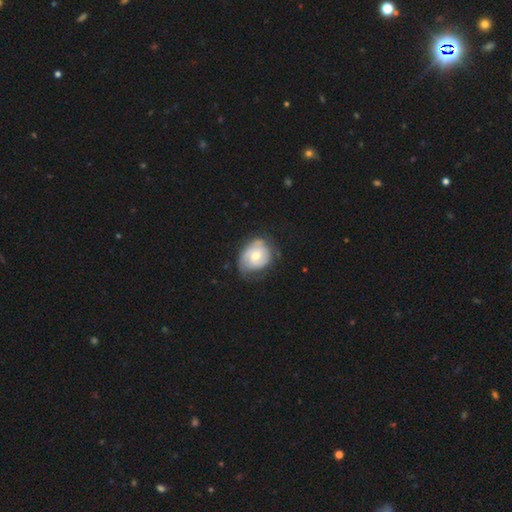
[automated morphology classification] Q: Smooth or featured?
A: featured or disk (54%); runner-up: smooth (39%)
Q: Edge-on disk?
A: no (96%); runner-up: yes (4%)
Q: Bar?
A: no (72%); runner-up: weak (24%)
Q: Spiral arms?
A: yes (72%); runner-up: no (28%)
Q: Bulge size?
A: moderate (63%); runner-up: small (31%)
Q: Merging?
A: none (54%); runner-up: minor disturbance (31%)